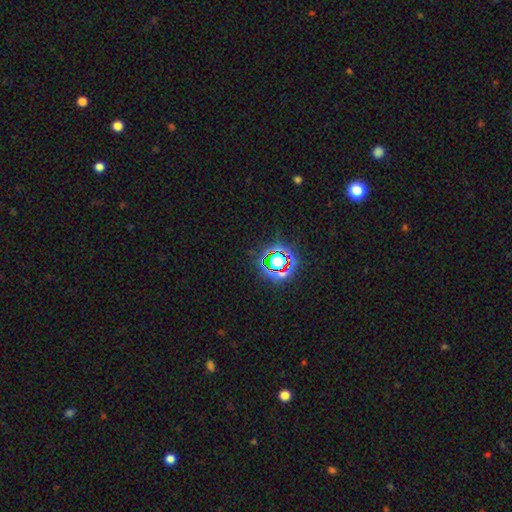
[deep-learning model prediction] Smooth or featured? Predicted: star or artifact (p=0.79).